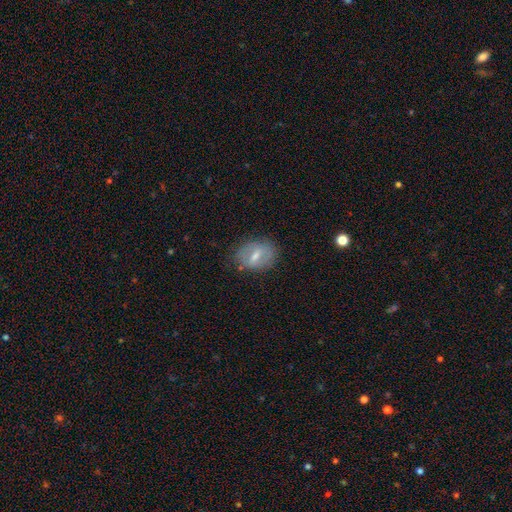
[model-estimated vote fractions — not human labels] A featured or disk galaxy (46%). Merging: none (77%).